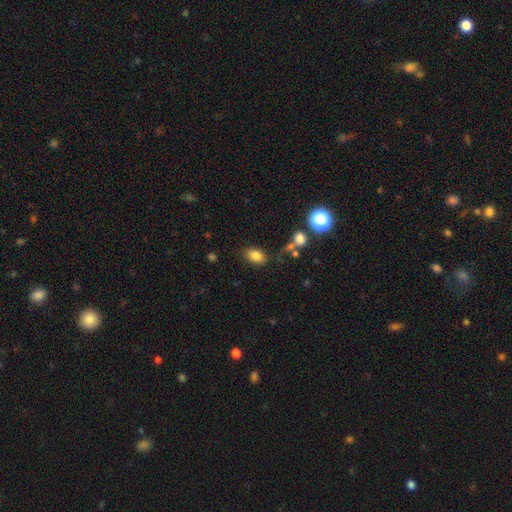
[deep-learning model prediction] Smooth or featured: smooth — 81% (star or artifact — 11%)
How rounded: in between — 82% (round — 16%)
Merging: none — 78% (minor disturbance — 13%)